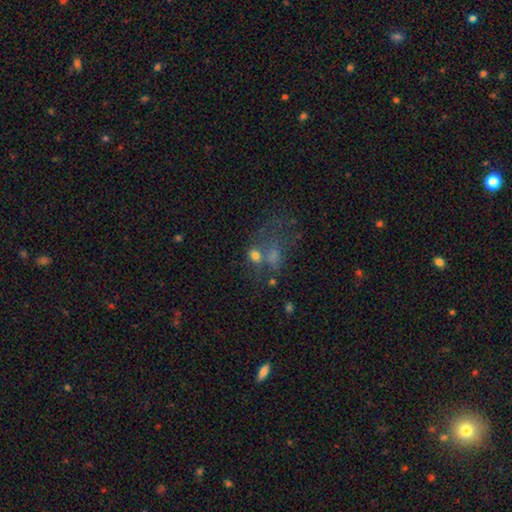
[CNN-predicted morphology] This is possibly a smooth galaxy (60%). How rounded: possibly in between (53%). Merging: marginally merger (35%).